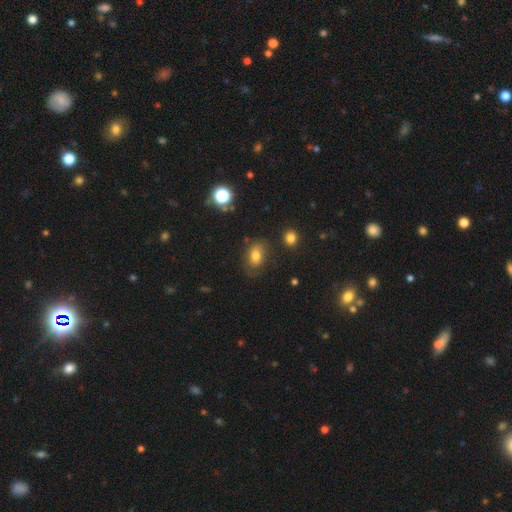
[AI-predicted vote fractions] Overall: smooth (69%). How rounded: in between (79%). Merging: none (63%; minor disturbance 23%).